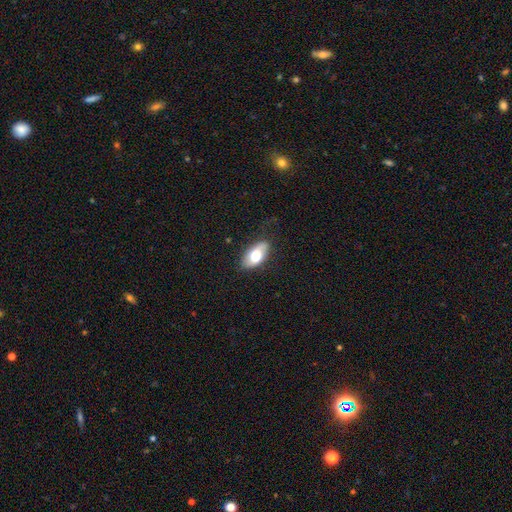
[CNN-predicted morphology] A smooth galaxy with no disk features (66%) that is in between round and cigar-shaped (91%). Merging: none (73%).